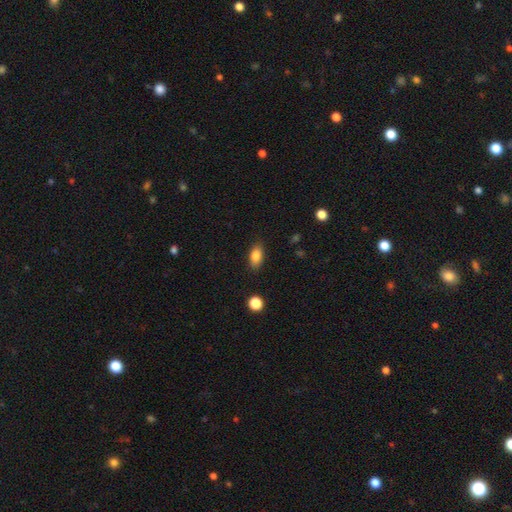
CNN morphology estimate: The model was most divided on "merging": none: 86%, minor disturbance: 11%, major disturbance: 3%, merger: 1%. More confident: how rounded — in between (88%); smooth or featured — smooth (85%).